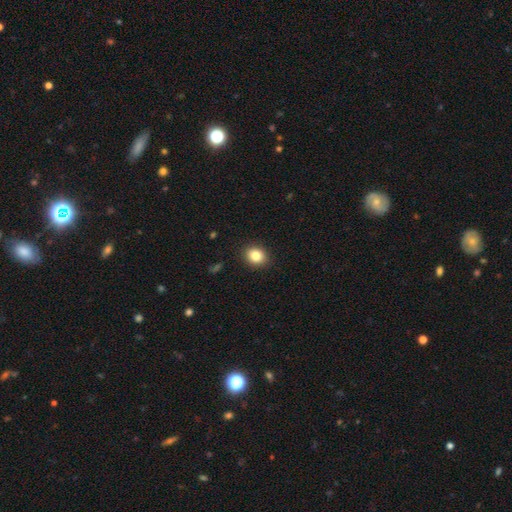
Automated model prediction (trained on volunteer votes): smooth_or_featured: smooth (p=0.84) [alt: star or artifact p=0.10]
how_rounded: round (p=0.61) [alt: in between p=0.38]
merging: none (p=0.90) [alt: minor disturbance p=0.07]